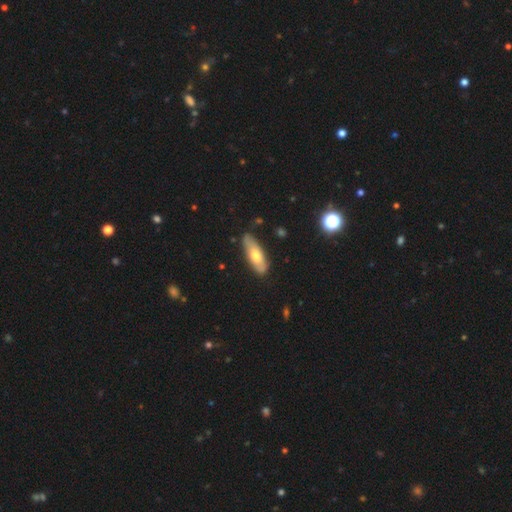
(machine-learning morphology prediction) The model was most divided on "smooth or featured": smooth: 61%, featured or disk: 33%, star or artifact: 6%. More confident: merging — none (78%); how rounded — in between (63%).